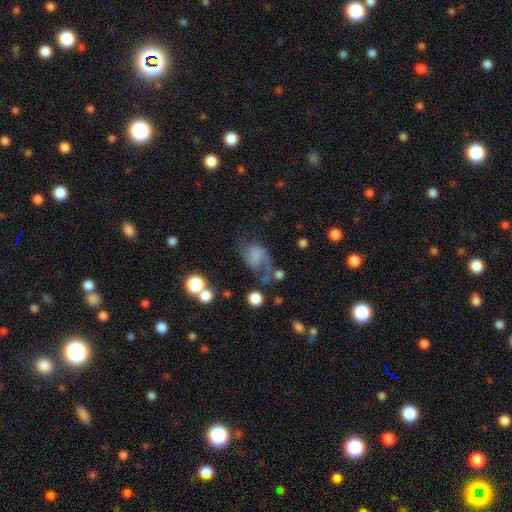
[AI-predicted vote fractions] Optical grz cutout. It shows a featured or disk galaxy (67%) with no bar (53%), 2 (72%) medium (44%) spiral arms (91%) and no central bulge (62%). Merging: none (44%).